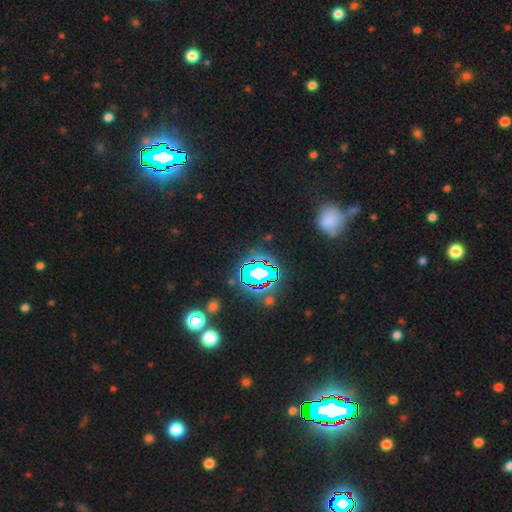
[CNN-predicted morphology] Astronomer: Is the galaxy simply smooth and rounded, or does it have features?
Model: star or artifact — 79%.